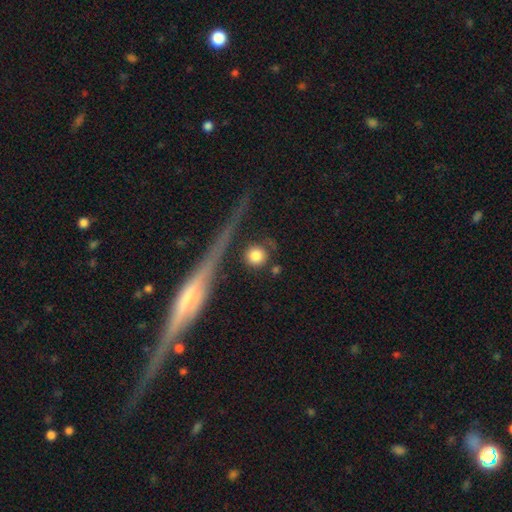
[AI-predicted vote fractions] Smooth or featured: smooth — 81% (featured or disk — 10%)
How rounded: round — 93% (in between — 4%)
Merging: none — 79% (minor disturbance — 9%)